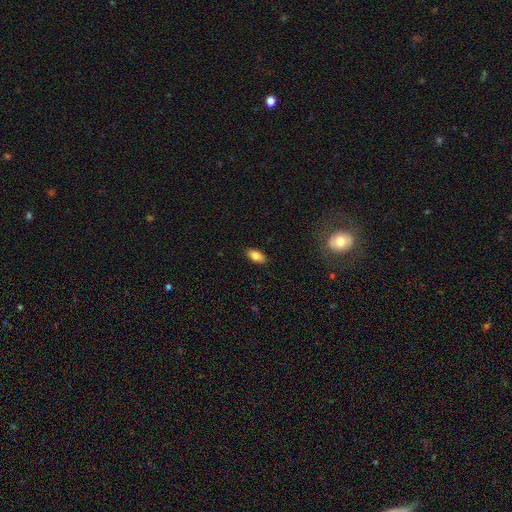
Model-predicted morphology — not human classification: Smooth or featured? Predicted: smooth (p=0.82). How rounded? Predicted: in between (p=0.90). Merging? Predicted: none (p=0.88).